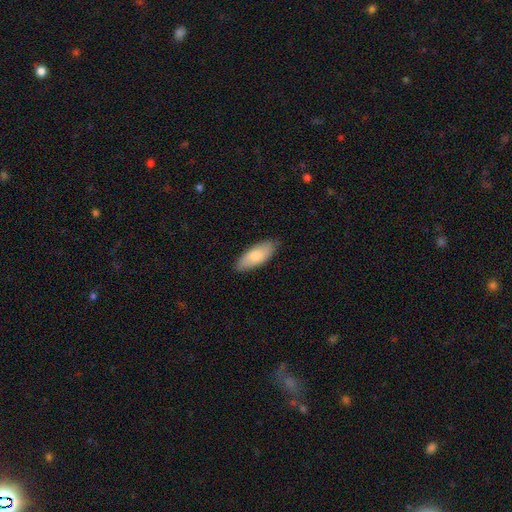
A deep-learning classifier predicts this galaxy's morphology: Overall: smooth (78%). How rounded: in between (82%). Merging: none (85%).